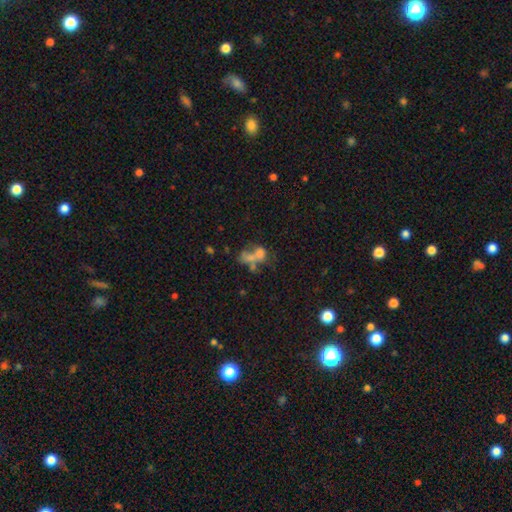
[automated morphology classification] A smooth galaxy with no disk features (50%).

Vote fractions:
- Smooth or featured? smooth: 50% / featured or disk: 34% / star or artifact: 17%
- Merging? merger: 54% / none: 20% / major disturbance: 17% / minor disturbance: 9%